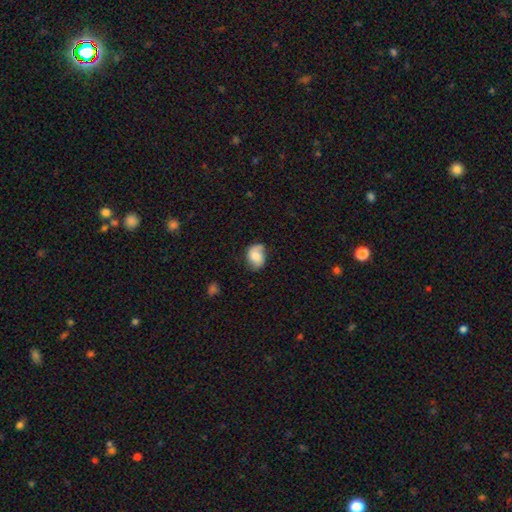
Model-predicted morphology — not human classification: smooth_or_featured: smooth (p=0.60) [alt: featured or disk p=0.31]
how_rounded: in between (p=0.65) [alt: round p=0.34]
merging: none (p=0.56) [alt: minor disturbance p=0.31]